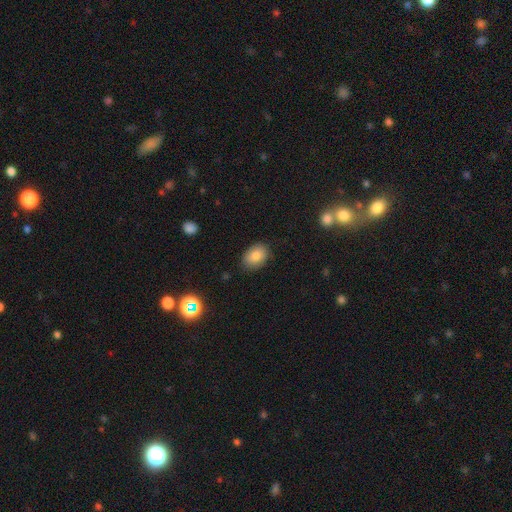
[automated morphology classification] This is clearly a smooth galaxy (83%). How rounded: clearly in between (80%). Merging: clearly none (83%).